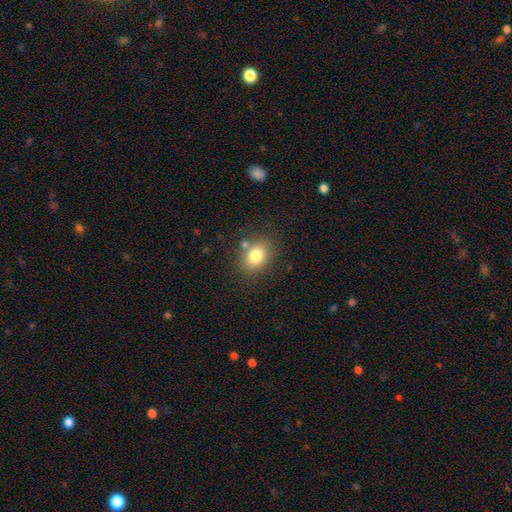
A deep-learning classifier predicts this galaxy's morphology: The model was most divided on "how rounded": in between: 56%, round: 43%, cigar-shaped: 1%. More confident: smooth or featured — smooth (80%); merging — none (77%).